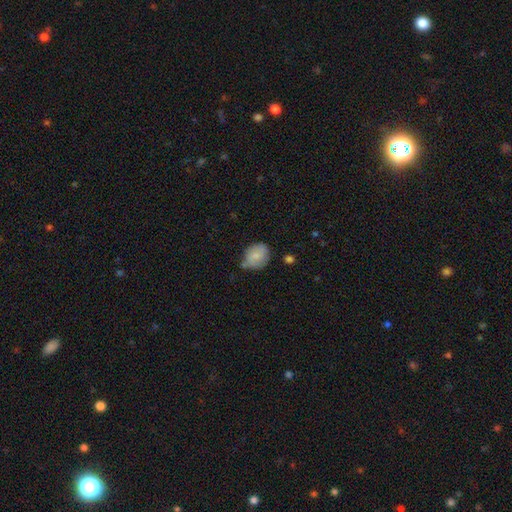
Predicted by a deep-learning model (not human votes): A smooth galaxy with no disk features (78%) that is round (58%). Merging: none (58%).